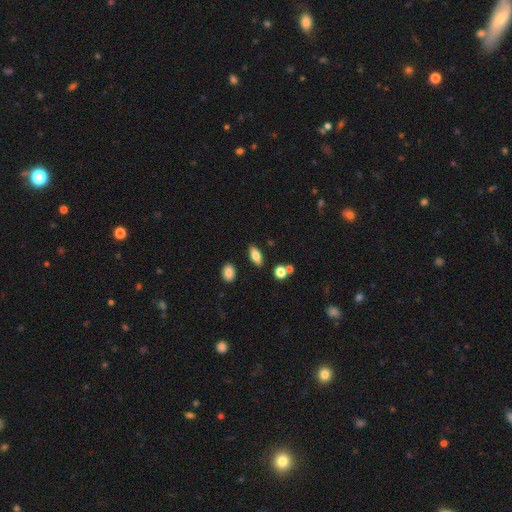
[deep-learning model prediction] Morphology: type=smooth (69%); roundness=in between (76%); merging=none (84%).